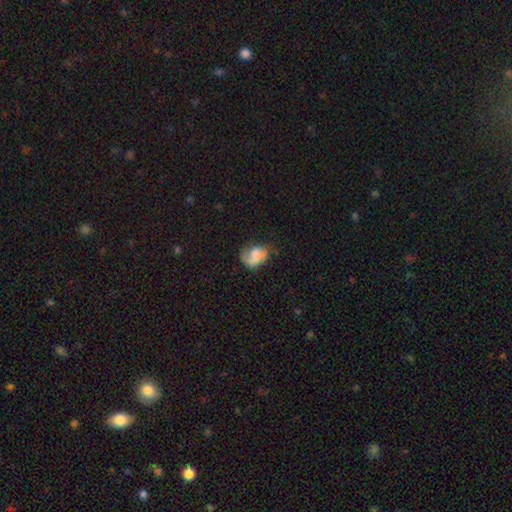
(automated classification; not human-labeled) Q: Smooth or featured?
A: smooth (46%); runner-up: featured or disk (45%)
Q: Merging?
A: none (48%); runner-up: minor disturbance (29%)